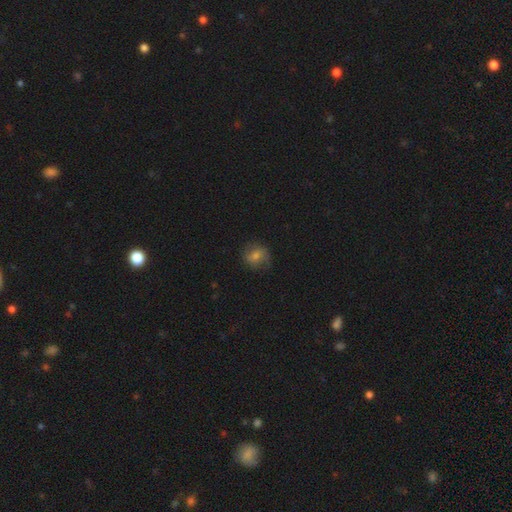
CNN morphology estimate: This is possibly a smooth galaxy (59%). How rounded: likely round (71%). Merging: likely none (75%).